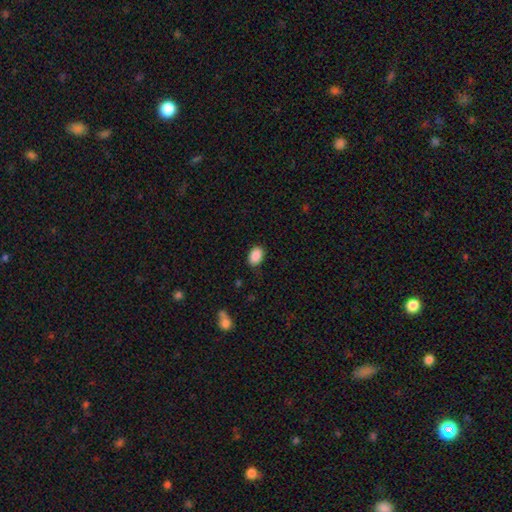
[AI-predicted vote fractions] Q: Smooth or featured?
A: smooth (89%); runner-up: star or artifact (8%)
Q: How rounded?
A: in between (84%); runner-up: round (14%)
Q: Merging?
A: none (83%); runner-up: minor disturbance (13%)